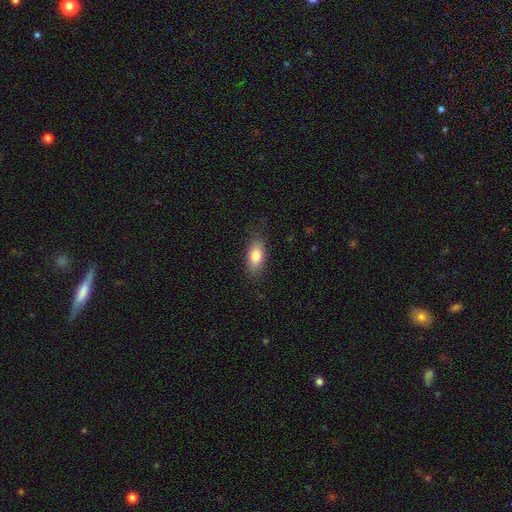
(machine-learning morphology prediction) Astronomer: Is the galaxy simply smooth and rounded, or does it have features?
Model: smooth — 82%.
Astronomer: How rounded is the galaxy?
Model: in between — 86%.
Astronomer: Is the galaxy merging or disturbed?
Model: none — 80%.